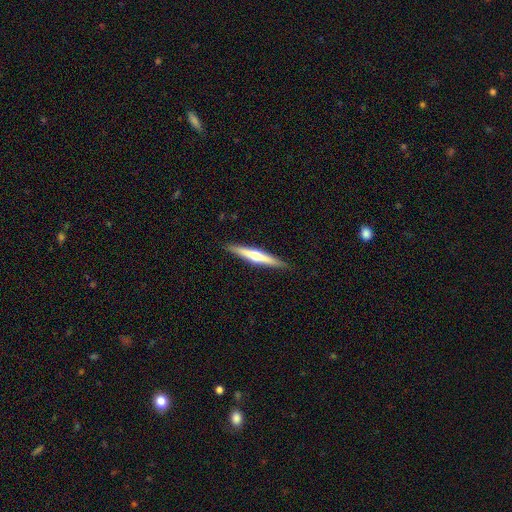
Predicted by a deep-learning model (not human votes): Smooth or featured: featured or disk — 60% (smooth — 35%)
Edge-on disk: yes — 97% (no — 3%)
Edge-on bulge: rounded — 83% (none — 12%)
Merging: none — 90% (minor disturbance — 7%)